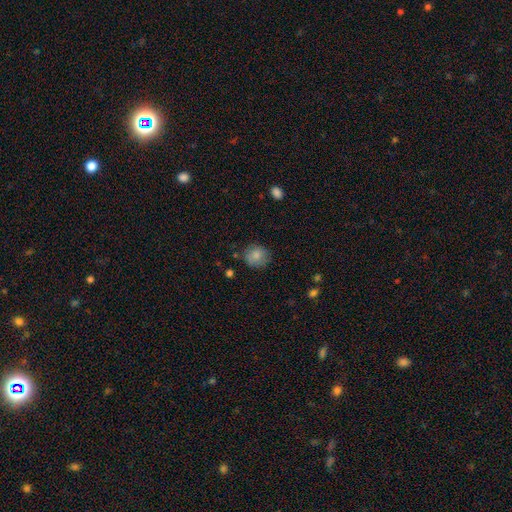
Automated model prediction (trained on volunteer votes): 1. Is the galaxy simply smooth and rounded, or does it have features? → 83% smooth, 9% featured or disk, 8% star or artifact.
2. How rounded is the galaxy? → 81% round, 18% in between, 1% cigar-shaped.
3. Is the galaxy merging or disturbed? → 77% none, 17% minor disturbance, 4% major disturbance, 2% merger.